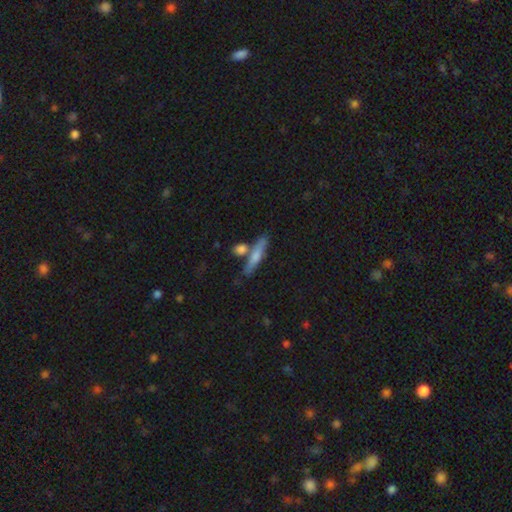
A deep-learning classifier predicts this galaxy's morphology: Q: Smooth or featured?
A: smooth (60%); runner-up: featured or disk (34%)
Q: How rounded?
A: cigar-shaped (81%); runner-up: in between (14%)
Q: Merging?
A: none (68%); runner-up: merger (17%)